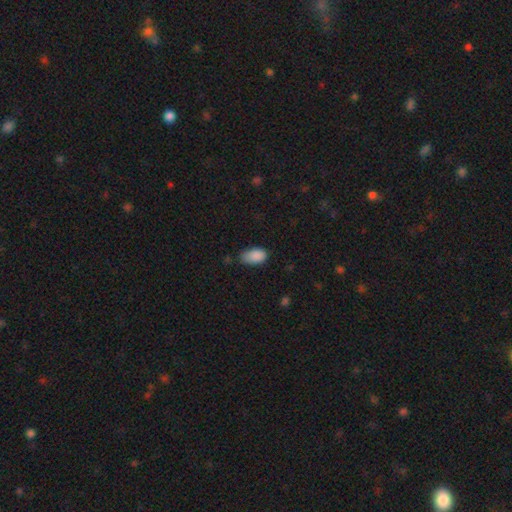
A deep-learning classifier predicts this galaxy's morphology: This appears to be a smooth galaxy with no disk features (88%) that is in between round and cigar-shaped (93%). Merging: none (55%).